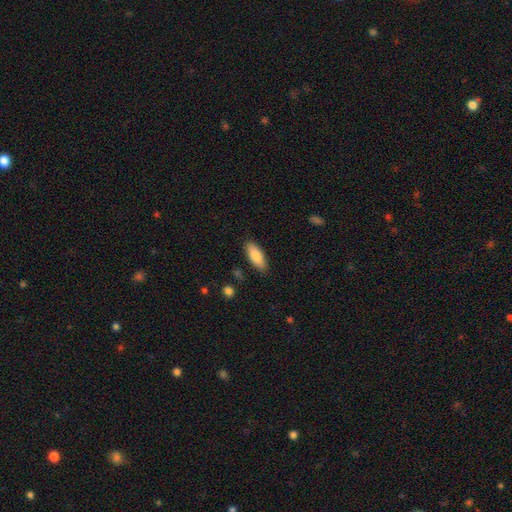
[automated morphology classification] Smooth or featured? smooth (85%)
How rounded? in between (74%)
Merging? none (86%)